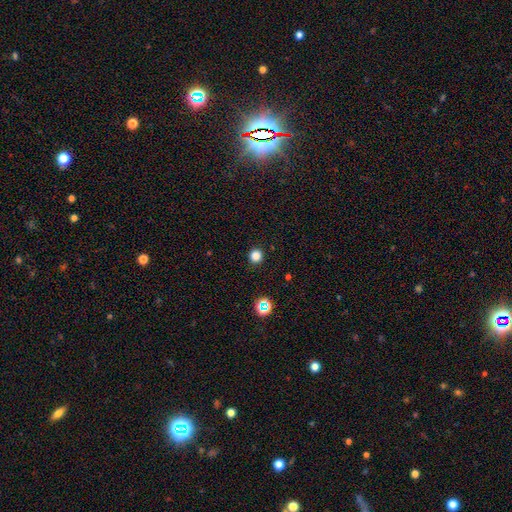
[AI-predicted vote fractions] Overall: smooth (82%). How rounded: round (94%). Merging: none (92%).